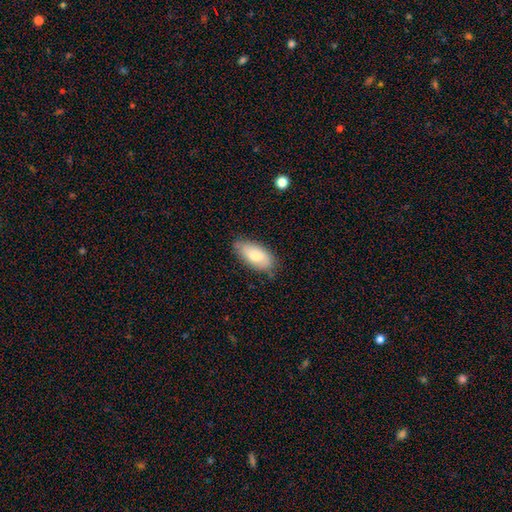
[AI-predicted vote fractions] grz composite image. It shows a smooth galaxy with no disk features (74%) that is in between round and cigar-shaped (92%). Merging: none (72%).